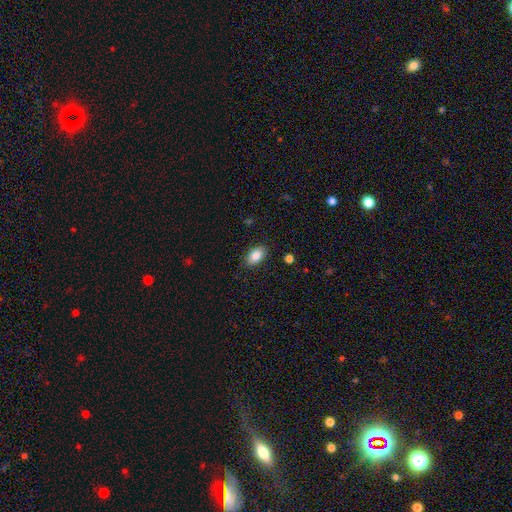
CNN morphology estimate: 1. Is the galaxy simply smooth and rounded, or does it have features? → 86% smooth, 7% star or artifact, 6% featured or disk.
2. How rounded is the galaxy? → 91% in between, 7% round, 2% cigar-shaped.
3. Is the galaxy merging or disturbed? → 86% none, 10% minor disturbance, 3% major disturbance, 1% merger.